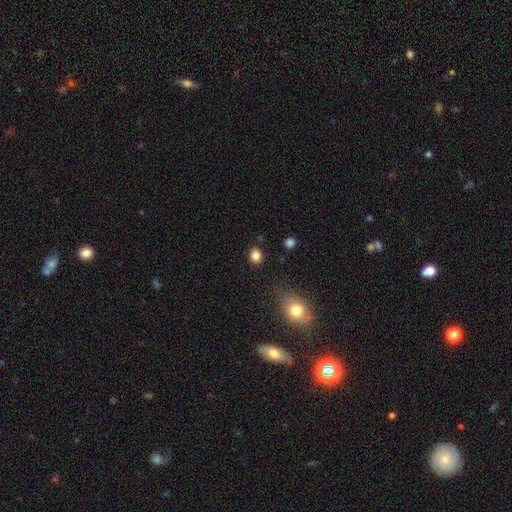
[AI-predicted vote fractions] The model was most divided on "how rounded": round: 57%, in between: 42%, cigar-shaped: 1%. More confident: merging — none (85%); smooth or featured — smooth (84%).